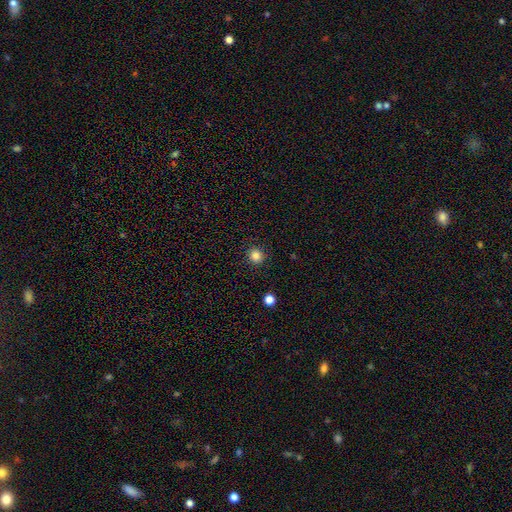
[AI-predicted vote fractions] Overall: smooth (84%). How rounded: round (91%). Merging: none (91%).